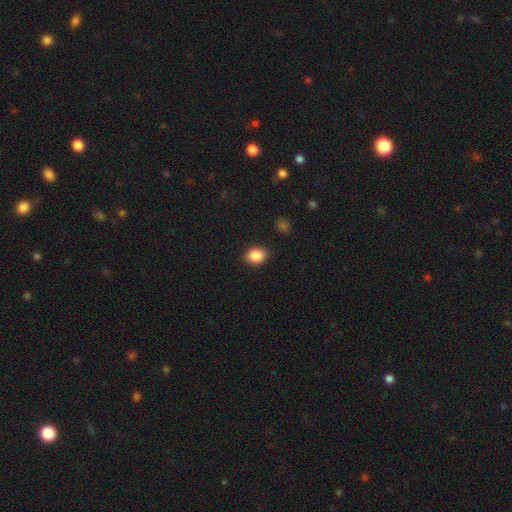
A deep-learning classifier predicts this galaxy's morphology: Q: Smooth or featured?
A: smooth (87%); runner-up: star or artifact (8%)
Q: How rounded?
A: in between (58%); runner-up: round (41%)
Q: Merging?
A: none (87%); runner-up: minor disturbance (9%)